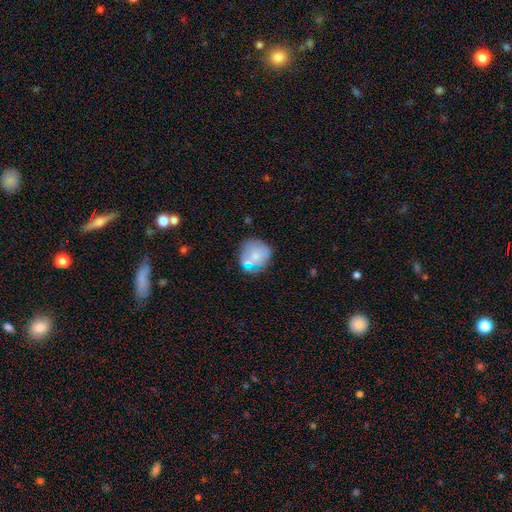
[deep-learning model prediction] A smooth galaxy with no disk features (68%) that is round (83%). Merging: none (56%).